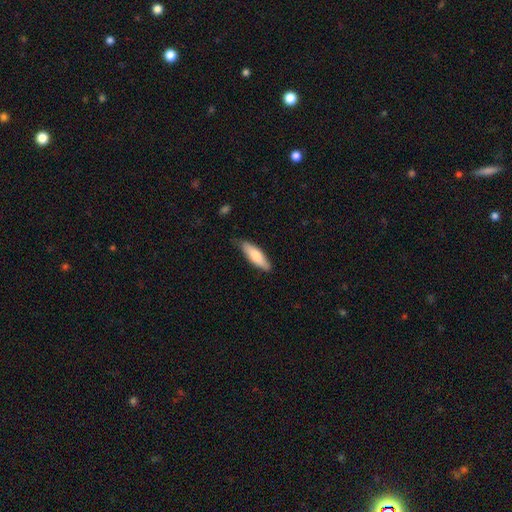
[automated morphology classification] The model was most divided on "how rounded": cigar-shaped: 50%, in between: 48%, round: 2%. More confident: merging — none (79%); smooth or featured — smooth (77%).